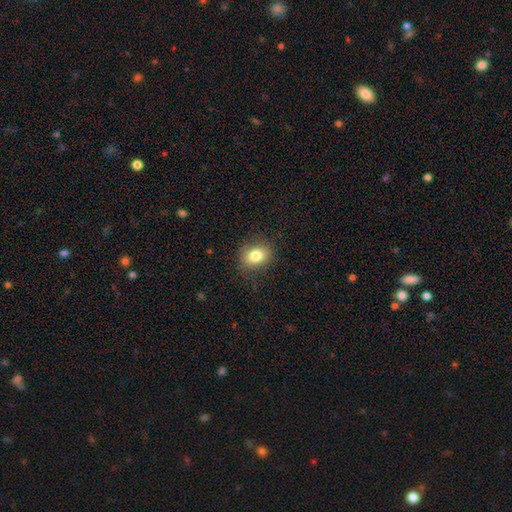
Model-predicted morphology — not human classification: type=smooth (82%); roundness=in between (57%); merging=none (83%).